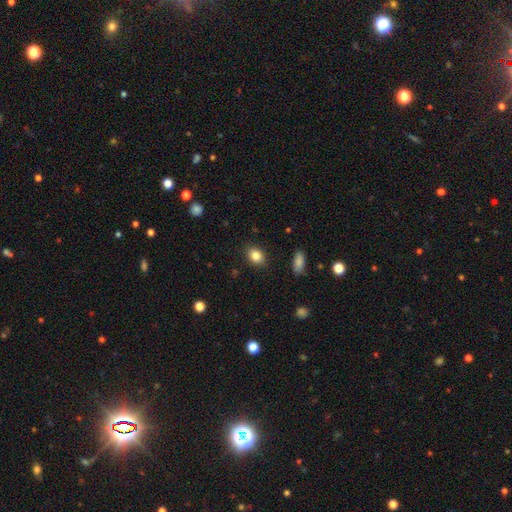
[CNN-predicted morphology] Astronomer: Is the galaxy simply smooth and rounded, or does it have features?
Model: smooth — 85%.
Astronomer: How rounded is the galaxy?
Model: in between — 62%.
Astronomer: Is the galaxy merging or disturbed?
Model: none — 88%.